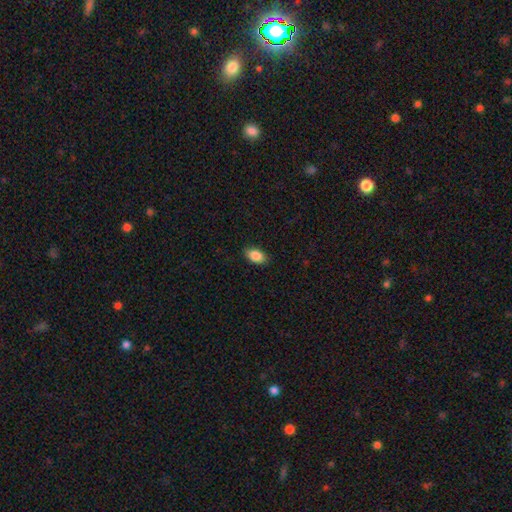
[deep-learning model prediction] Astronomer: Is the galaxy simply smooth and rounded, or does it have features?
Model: smooth — 87%.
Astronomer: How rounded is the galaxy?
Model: in between — 91%.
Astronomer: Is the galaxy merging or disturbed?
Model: none — 88%.